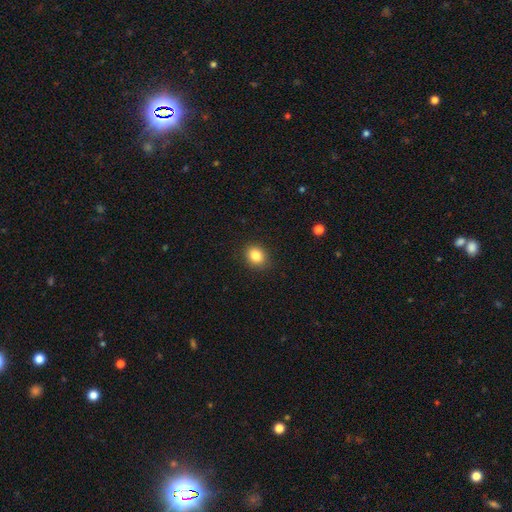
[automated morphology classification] Smooth or featured?
  - smooth: 84% *
  - star or artifact: 10%
  - featured or disk: 6%
How rounded?
  - round: 58% *
  - in between: 42%
  - cigar-shaped: 1%
Merging?
  - none: 89% *
  - minor disturbance: 8%
  - major disturbance: 2%
  - merger: 1%